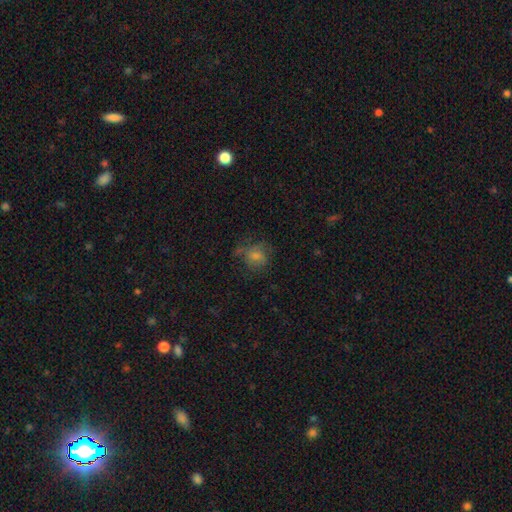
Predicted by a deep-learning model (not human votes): Morphology: type=smooth (63%); roundness=round (62%); merging=none (46%).